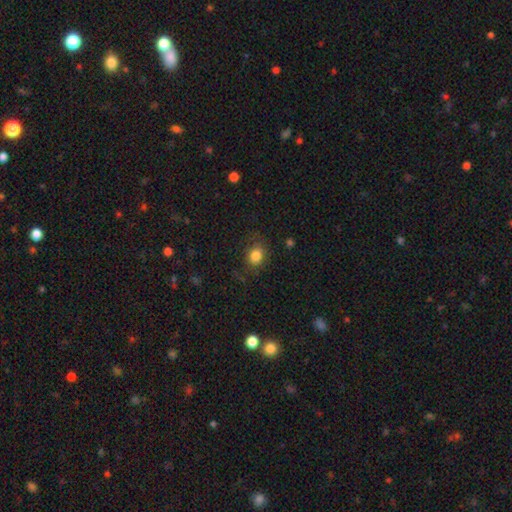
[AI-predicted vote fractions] This is clearly a smooth galaxy (83%). How rounded: possibly round (56%). Merging: likely none (77%).